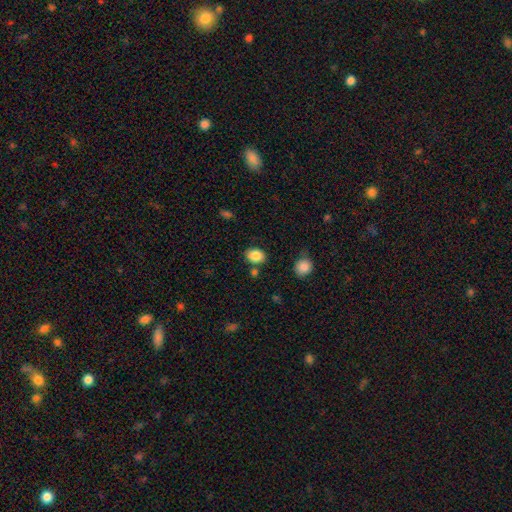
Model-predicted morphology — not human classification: This appears to be a smooth galaxy with no disk features (86%) that is in between round and cigar-shaped (53%). Merging: none (76%).